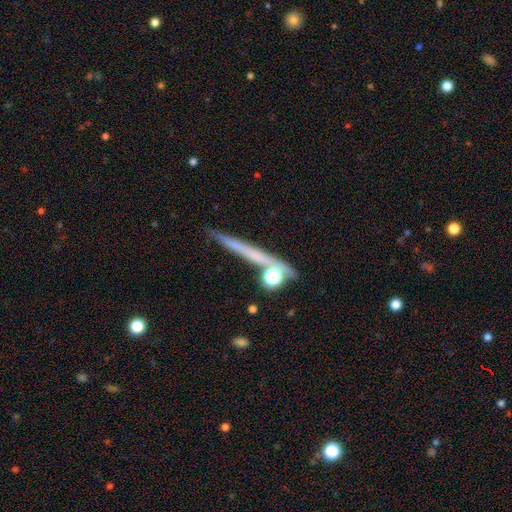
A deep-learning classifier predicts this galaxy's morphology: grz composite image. It shows a smooth galaxy with no disk features (45%). Merging: none (79%).